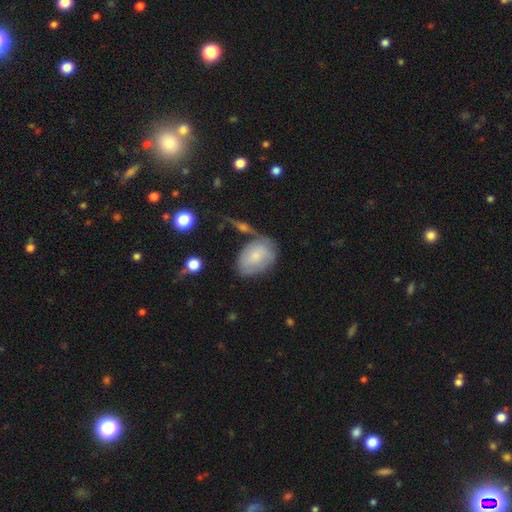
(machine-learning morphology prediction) Overall: smooth (66%; featured or disk 27%). How rounded: in between (77%). Merging: none (54%; minor disturbance 26%).